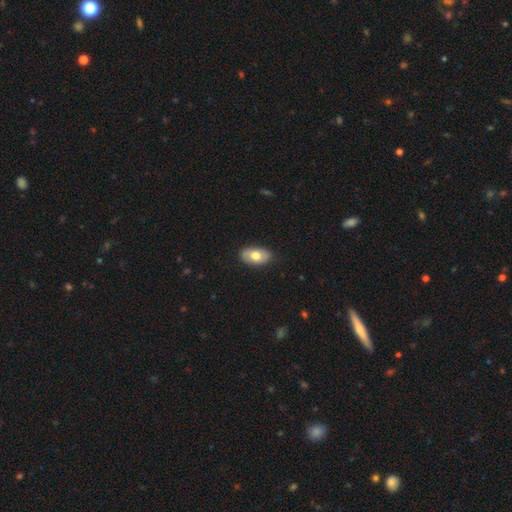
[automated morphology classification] smooth-or-featured: smooth: 68% | featured or disk: 26% | star or artifact: 6%
  how-rounded: in between: 92% | round: 6% | cigar-shaped: 2%
  merging: none: 84% | minor disturbance: 13% | major disturbance: 2% | merger: 1%